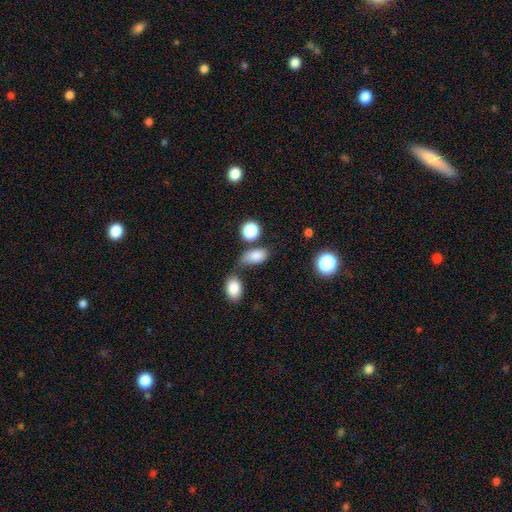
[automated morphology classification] Q: Smooth or featured?
A: smooth (81%); runner-up: star or artifact (11%)
Q: How rounded?
A: in between (84%); runner-up: round (12%)
Q: Merging?
A: none (53%); runner-up: minor disturbance (21%)